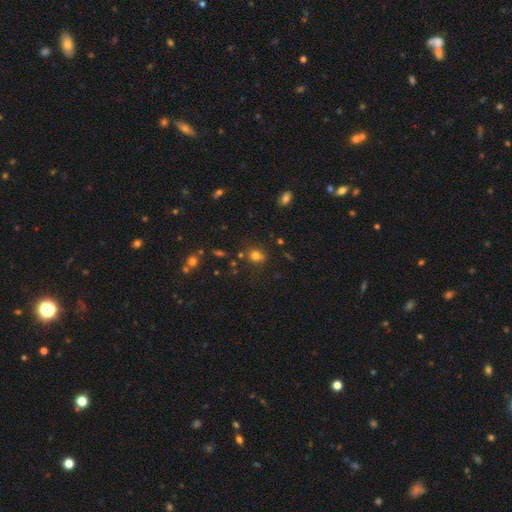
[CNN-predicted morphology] Overall: smooth (75%). How rounded: round (71%). Merging: none (73%).